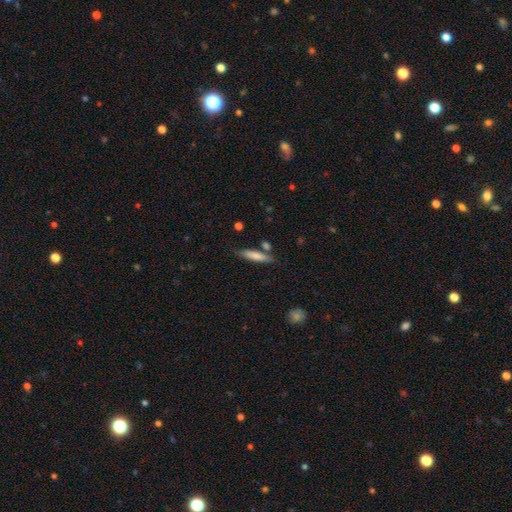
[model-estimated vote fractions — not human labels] Smooth or featured: smooth — 74% (featured or disk — 20%)
How rounded: cigar-shaped — 83% (in between — 16%)
Merging: none — 75% (minor disturbance — 14%)